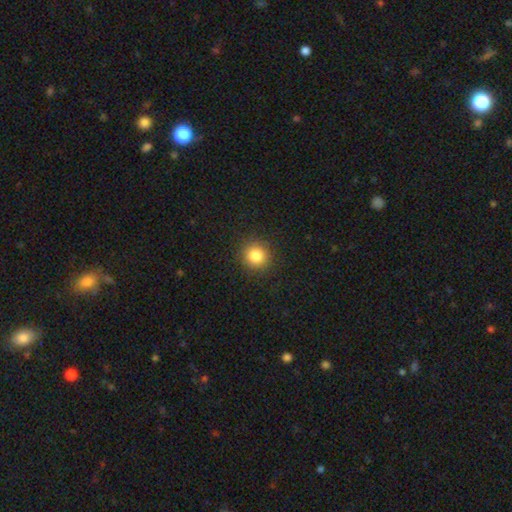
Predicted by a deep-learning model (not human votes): Morphology: type=smooth (83%); roundness=round (93%); merging=none (91%).